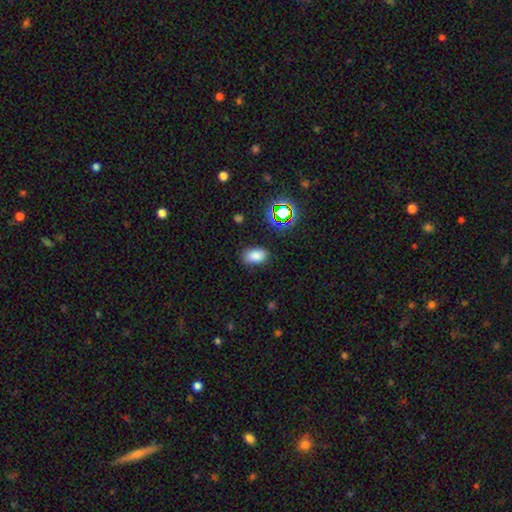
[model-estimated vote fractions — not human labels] Overall: smooth (79%). How rounded: in between (89%). Merging: none (81%).